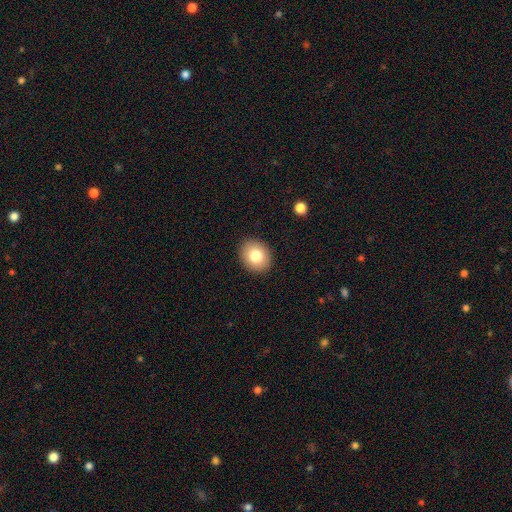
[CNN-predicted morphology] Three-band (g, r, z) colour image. It shows a smooth galaxy with no disk features (80%) that is round (60%). Merging: none (91%).